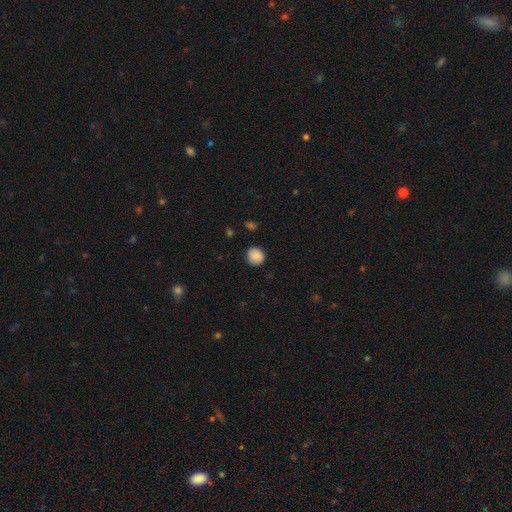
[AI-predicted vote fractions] smooth_or_featured: smooth (p=0.86) [alt: star or artifact p=0.08]
how_rounded: round (p=0.89) [alt: in between p=0.10]
merging: none (p=0.86) [alt: minor disturbance p=0.10]